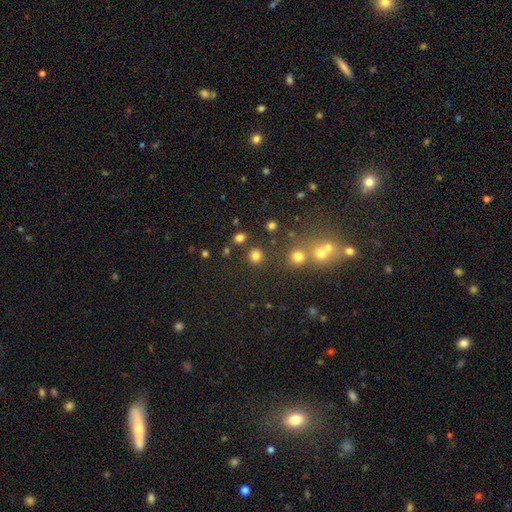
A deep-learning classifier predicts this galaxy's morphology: This is likely a smooth galaxy (78%). How rounded: clearly round (88%). Merging: clearly none (83%).